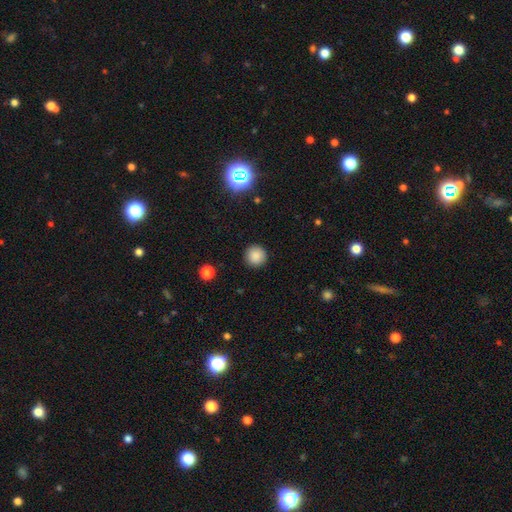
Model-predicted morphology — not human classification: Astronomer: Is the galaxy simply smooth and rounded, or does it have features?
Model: smooth — 86%.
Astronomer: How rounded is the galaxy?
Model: round — 96%.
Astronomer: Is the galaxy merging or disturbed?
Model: none — 92%.